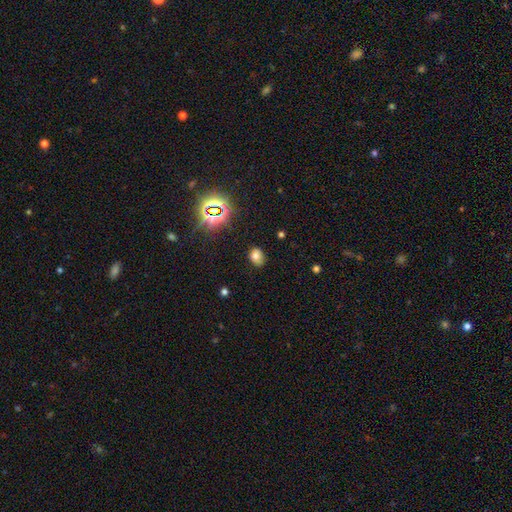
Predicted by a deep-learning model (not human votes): This appears to be a smooth galaxy with no disk features (71%) that is in between round and cigar-shaped (65%). Merging: none (80%).